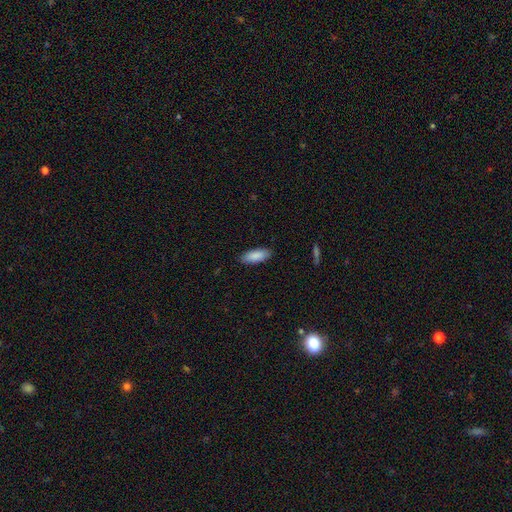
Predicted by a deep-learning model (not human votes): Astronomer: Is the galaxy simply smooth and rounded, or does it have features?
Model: smooth — 88%.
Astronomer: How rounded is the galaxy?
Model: in between — 76%.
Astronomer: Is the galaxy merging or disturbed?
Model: none — 87%.